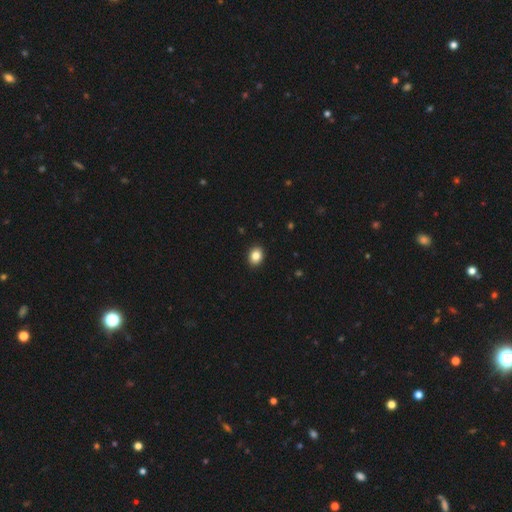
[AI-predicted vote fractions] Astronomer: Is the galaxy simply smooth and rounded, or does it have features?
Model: smooth — 85%.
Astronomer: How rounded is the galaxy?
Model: in between — 56% (runner-up: round, 43%).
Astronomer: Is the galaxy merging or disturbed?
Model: none — 91%.